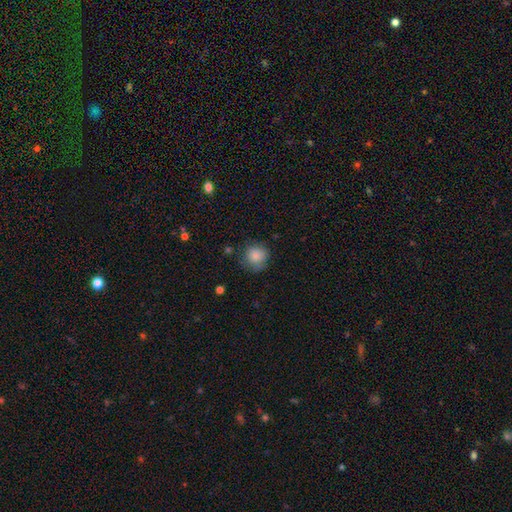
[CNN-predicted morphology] Smooth or featured? Predicted: smooth (p=0.86). How rounded? Predicted: round (p=0.89). Merging? Predicted: none (p=0.72).